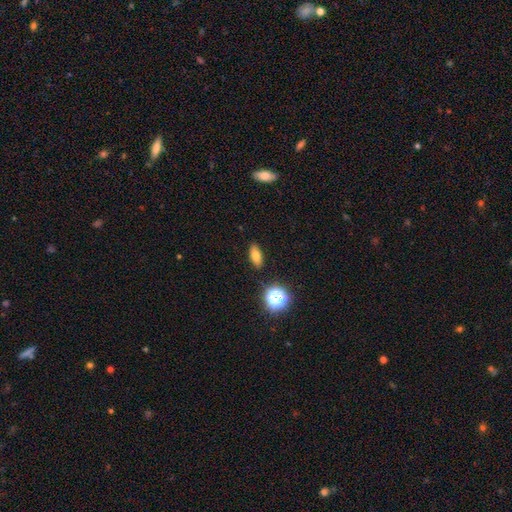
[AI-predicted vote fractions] This appears to be a smooth galaxy with no disk features (71%) that is in between round and cigar-shaped (79%). Merging: none (88%).